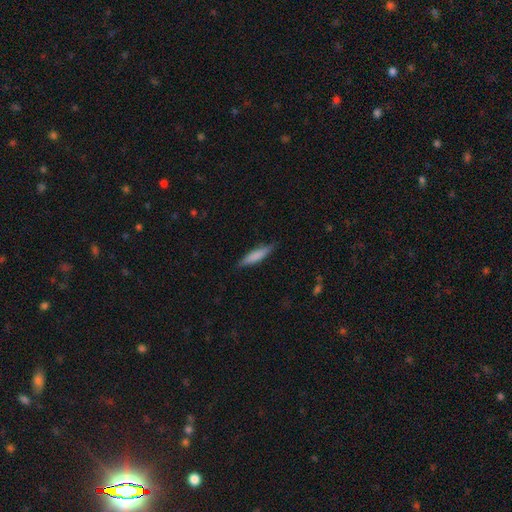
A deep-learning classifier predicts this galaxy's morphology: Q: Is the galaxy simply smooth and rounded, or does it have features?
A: smooth — 76%.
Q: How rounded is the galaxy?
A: cigar-shaped — 82%.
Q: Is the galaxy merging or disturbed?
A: none — 85%.